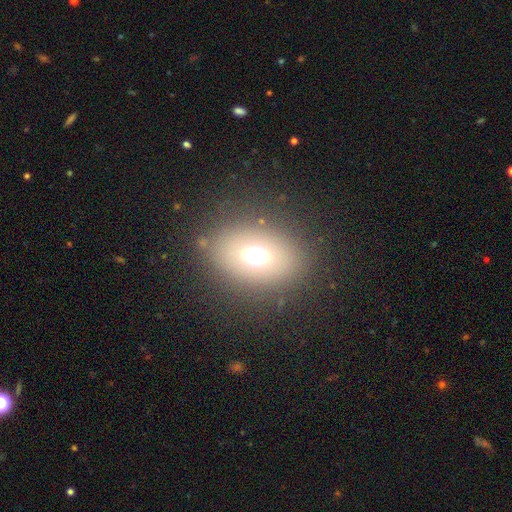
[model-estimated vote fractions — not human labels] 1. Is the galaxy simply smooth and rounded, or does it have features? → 64% smooth, 19% featured or disk, 18% star or artifact.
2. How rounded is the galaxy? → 66% in between, 33% round, 1% cigar-shaped.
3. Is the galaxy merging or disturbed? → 82% none, 9% minor disturbance, 7% major disturbance, 2% merger.